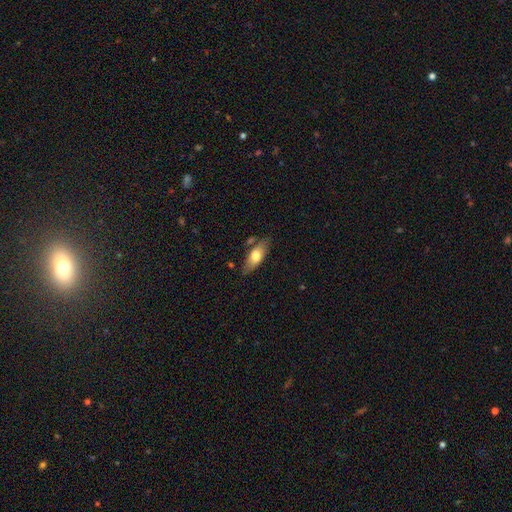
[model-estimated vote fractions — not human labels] A smooth galaxy with no disk features (68%) that is in between round and cigar-shaped (77%).

Vote fractions:
- Smooth or featured? smooth: 68% / featured or disk: 26% / star or artifact: 6%
- How rounded? in between: 77% / cigar-shaped: 21% / round: 3%
- Merging? none: 74% / minor disturbance: 17% / merger: 6% / major disturbance: 4%